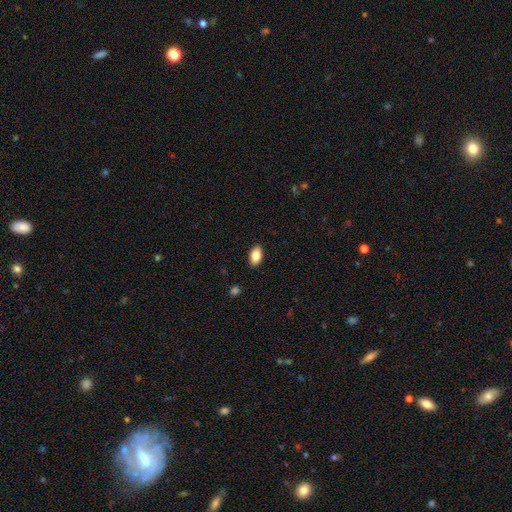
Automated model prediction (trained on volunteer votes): Q: Smooth or featured?
A: smooth (85%); runner-up: featured or disk (8%)
Q: How rounded?
A: in between (92%); runner-up: round (5%)
Q: Merging?
A: none (89%); runner-up: minor disturbance (8%)